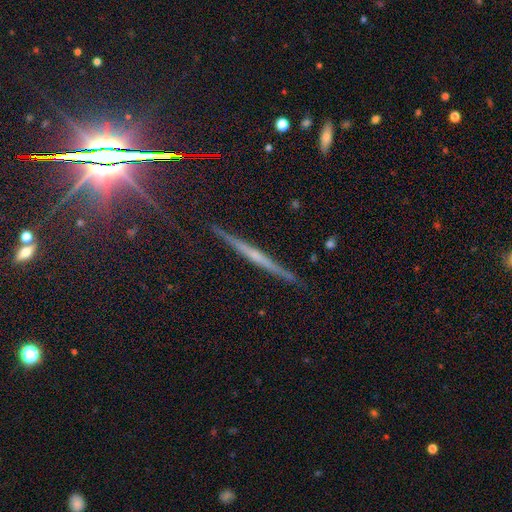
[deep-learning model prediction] A featured or disk galaxy (64%) viewed edge-on (97%) with no central bulge (52%). Merging: none (89%).